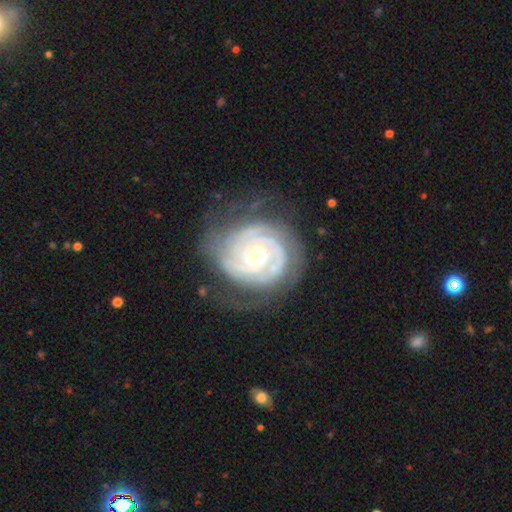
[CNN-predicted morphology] featured or disk 90%, smooth 5%, star or artifact 5%. Down the decision tree: edge-on disk — no (98%); bar — no (61%); spiral arms — yes (98%); spiral arm count — 3 (27%); spiral winding — tight (81%); bulge size — small (51%); merging — none (69%).